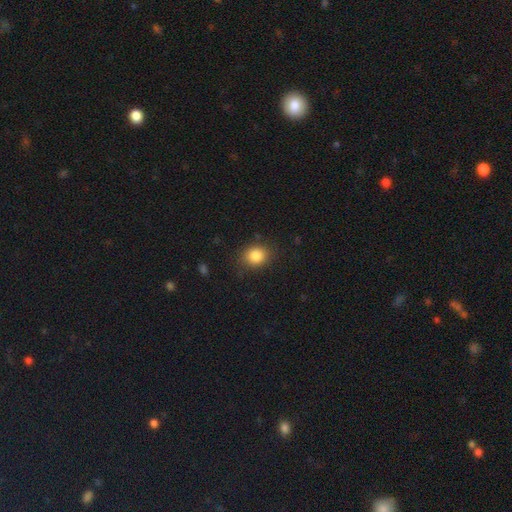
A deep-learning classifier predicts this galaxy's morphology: smooth 84%, star or artifact 10%, featured or disk 6%. Down the decision tree: how rounded — round (64%); merging — none (82%).